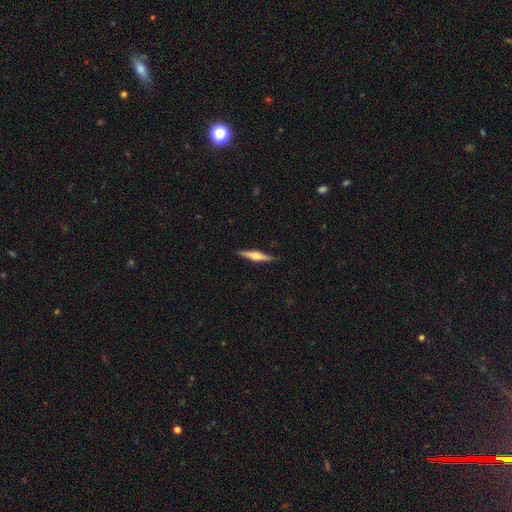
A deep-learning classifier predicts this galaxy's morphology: featured or disk 62%, smooth 33%, star or artifact 5%. Down the decision tree: edge-on disk — yes (97%); edge-on bulge — rounded (91%); merging — none (90%).